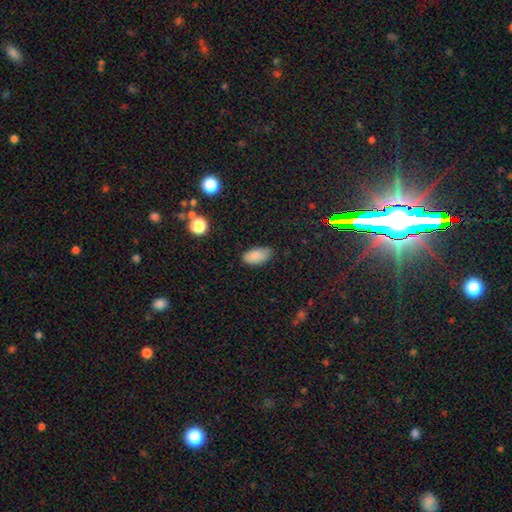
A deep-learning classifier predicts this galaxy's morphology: The model was most divided on "merging": none: 81%, minor disturbance: 15%, major disturbance: 3%, merger: 1%. More confident: how rounded — in between (93%); smooth or featured — smooth (87%).